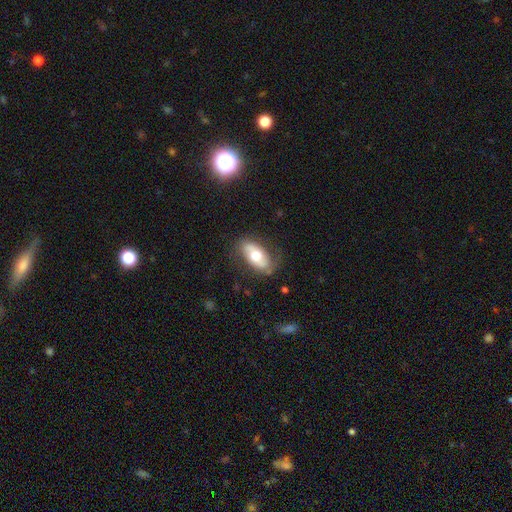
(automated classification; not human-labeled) Overall: smooth (55%; featured or disk 39%). How rounded: in between (90%). Merging: none (75%).